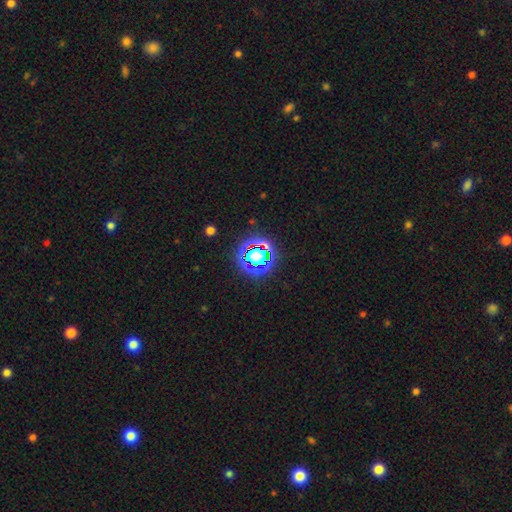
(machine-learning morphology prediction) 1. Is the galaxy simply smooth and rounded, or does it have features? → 59% star or artifact, 29% smooth, 13% featured or disk.